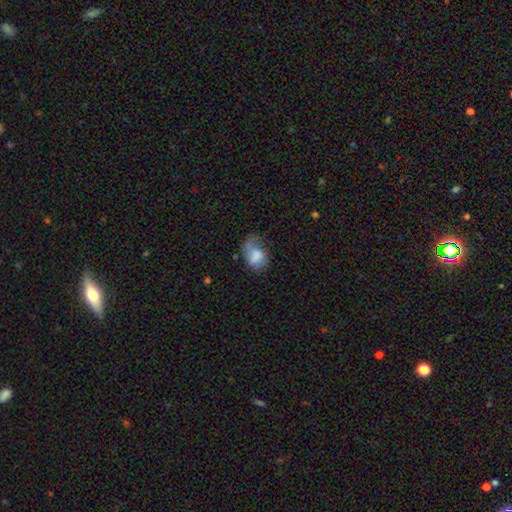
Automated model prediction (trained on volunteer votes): smooth-or-featured: smooth: 60% | featured or disk: 30% | star or artifact: 9%
  how-rounded: in between: 75% | round: 24% | cigar-shaped: 1%
  merging: major disturbance: 42% | none: 27% | minor disturbance: 26% | merger: 4%